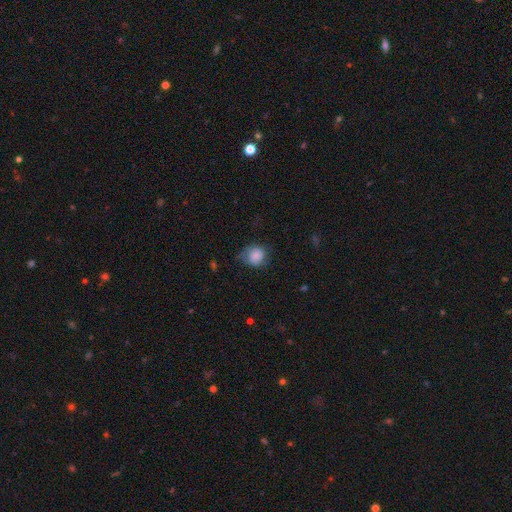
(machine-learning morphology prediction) Smooth or featured? smooth (80%)
How rounded? round (73%)
Merging? none (53%)